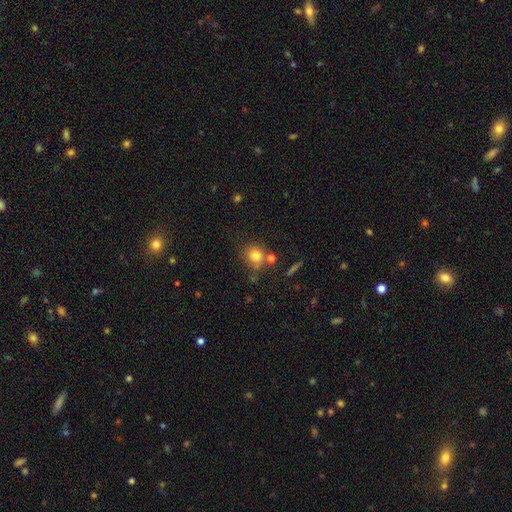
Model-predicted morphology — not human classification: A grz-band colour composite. It shows a smooth galaxy with no disk features (78%) that is round (83%). Merging: none (66%).